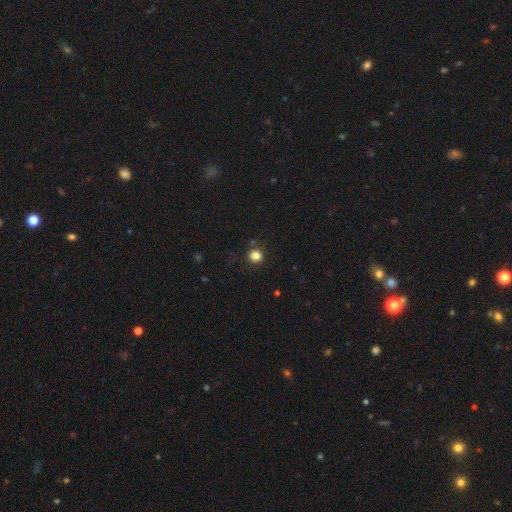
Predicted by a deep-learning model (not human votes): A smooth galaxy with no disk features (84%) that is round (91%). Merging: none (86%).